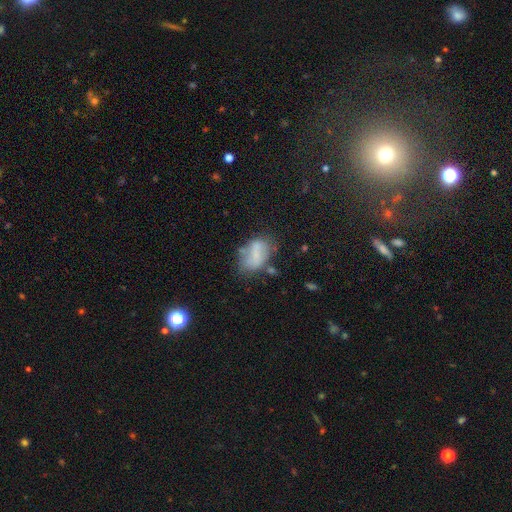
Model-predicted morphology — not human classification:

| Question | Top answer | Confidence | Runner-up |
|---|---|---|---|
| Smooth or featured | smooth | 56% | featured or disk (33%) |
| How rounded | in between | 86% | round (12%) |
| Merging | none | 44% | minor disturbance (27%) |